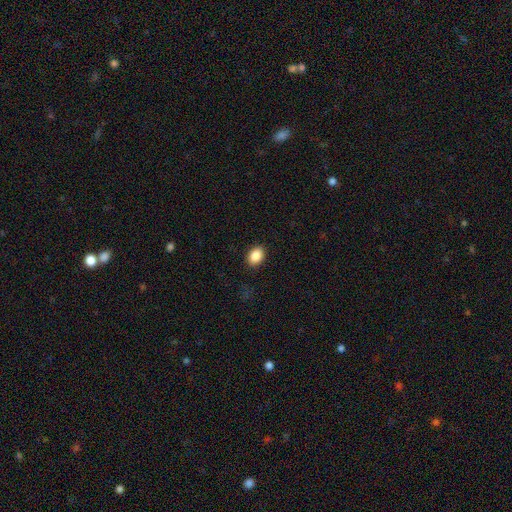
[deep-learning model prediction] smooth-or-featured: smooth: 87% | star or artifact: 9% | featured or disk: 4%
  how-rounded: in between: 76% | round: 23% | cigar-shaped: 1%
  merging: none: 89% | minor disturbance: 8% | major disturbance: 2% | merger: 1%